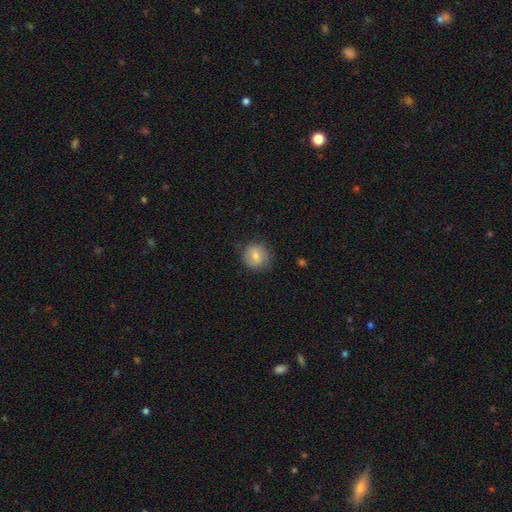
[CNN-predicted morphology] A smooth galaxy with no disk features (75%) that is round (88%).

Vote fractions:
- Smooth or featured? smooth: 75% / featured or disk: 17% / star or artifact: 8%
- How rounded? round: 88% / in between: 11% / cigar-shaped: 1%
- Merging? none: 81% / minor disturbance: 14% / major disturbance: 4% / merger: 1%